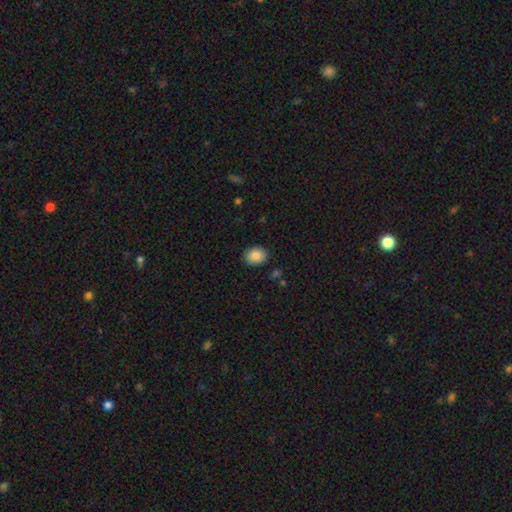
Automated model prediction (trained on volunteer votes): This appears to be a smooth galaxy with no disk features (87%) that is in between round and cigar-shaped (61%). Merging: none (88%).